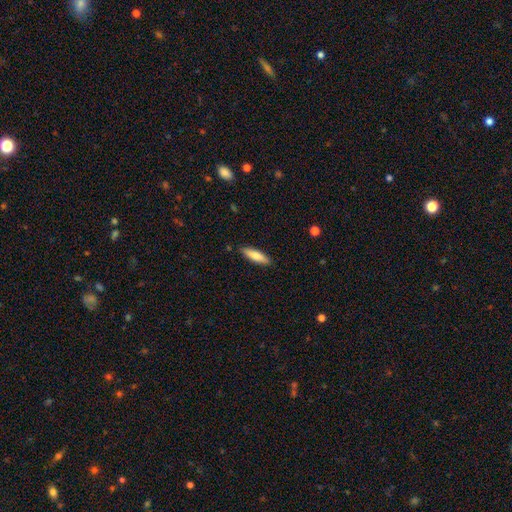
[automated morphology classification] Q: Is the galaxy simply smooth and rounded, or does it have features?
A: smooth — 79%.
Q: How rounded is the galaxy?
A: cigar-shaped — 64%.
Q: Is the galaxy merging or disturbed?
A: none — 88%.